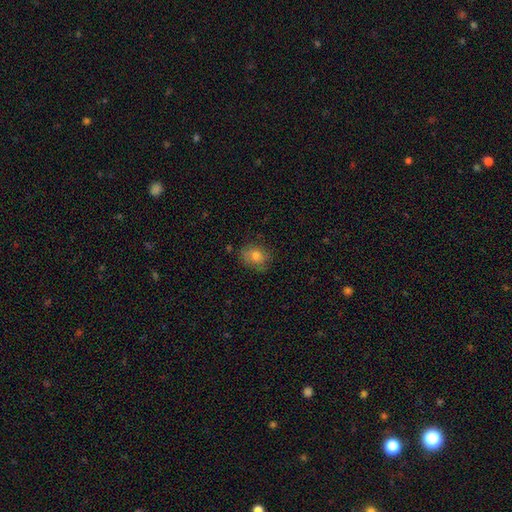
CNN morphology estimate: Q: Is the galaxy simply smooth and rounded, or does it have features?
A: smooth — 75%.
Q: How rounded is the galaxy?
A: round — 54%.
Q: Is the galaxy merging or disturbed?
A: none — 74%.